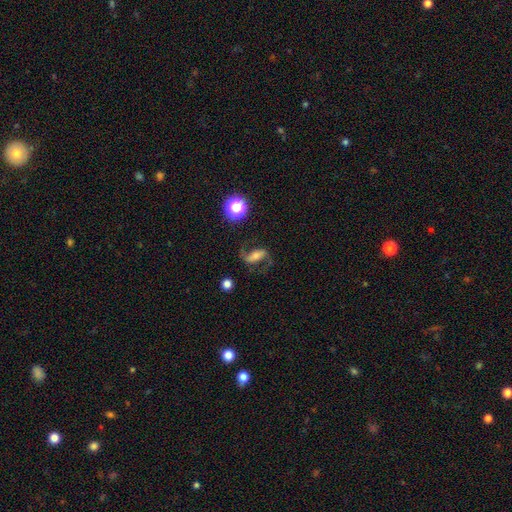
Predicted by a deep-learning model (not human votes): featured or disk 75%, smooth 15%, star or artifact 11%. Down the decision tree: edge-on disk — no (95%); bar — strong (45%); spiral arms — yes (94%); spiral arm count — 2 (91%); spiral winding — loose (57%); bulge size — small (40%, tied with moderate); merging — none (72%).